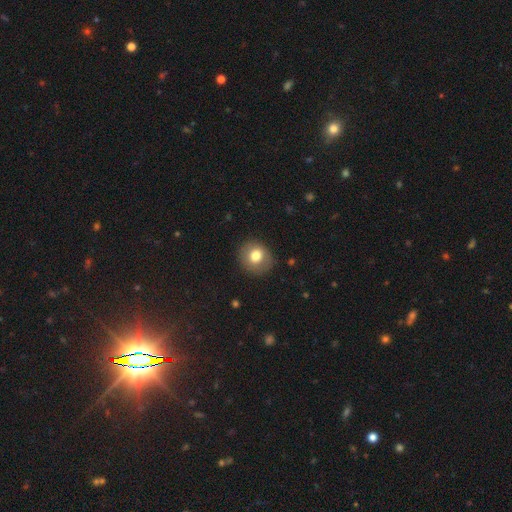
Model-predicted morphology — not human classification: Q: Smooth or featured?
A: smooth (76%); runner-up: featured or disk (15%)
Q: How rounded?
A: round (82%); runner-up: in between (18%)
Q: Merging?
A: none (87%); runner-up: minor disturbance (9%)